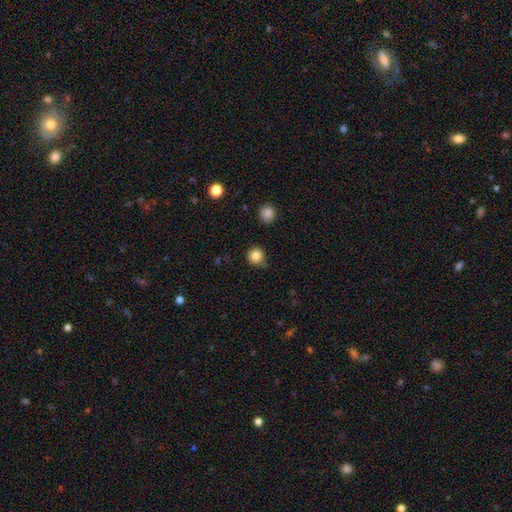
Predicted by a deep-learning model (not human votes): smooth 83%, star or artifact 12%, featured or disk 6%. Down the decision tree: how rounded — round (91%); merging — none (79%).